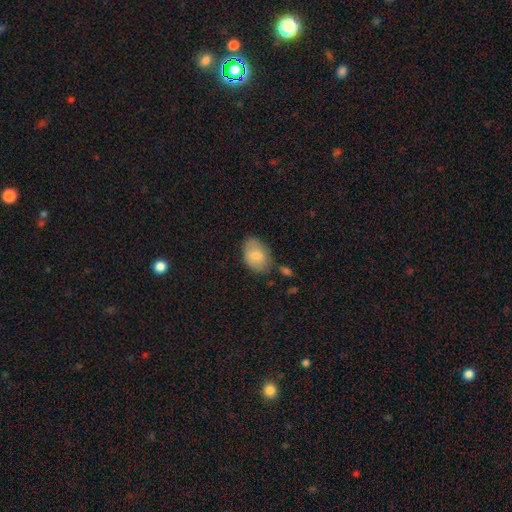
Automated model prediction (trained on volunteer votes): A smooth galaxy with no disk features (81%) that is in between round and cigar-shaped (83%). Merging: none (63%).